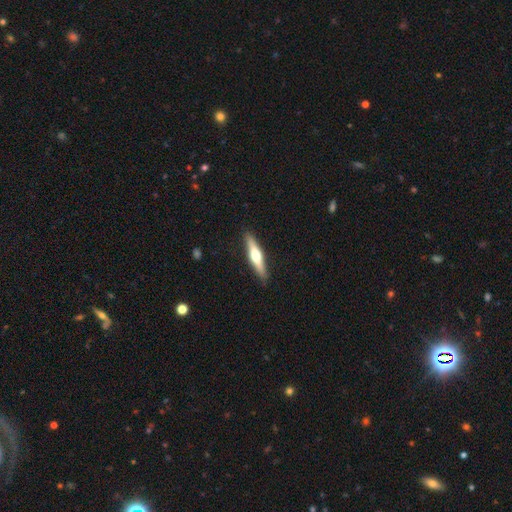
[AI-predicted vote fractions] The model was most divided on "smooth or featured": featured or disk: 52%, smooth: 43%, star or artifact: 5%. More confident: edge-on disk — yes (94%); merging — none (89%).